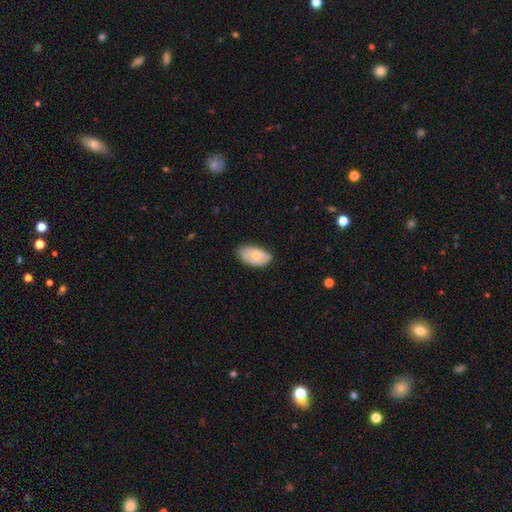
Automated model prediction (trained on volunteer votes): Smooth or featured? Predicted: smooth (p=0.74). How rounded? Predicted: in between (p=0.94). Merging? Predicted: none (p=0.65).